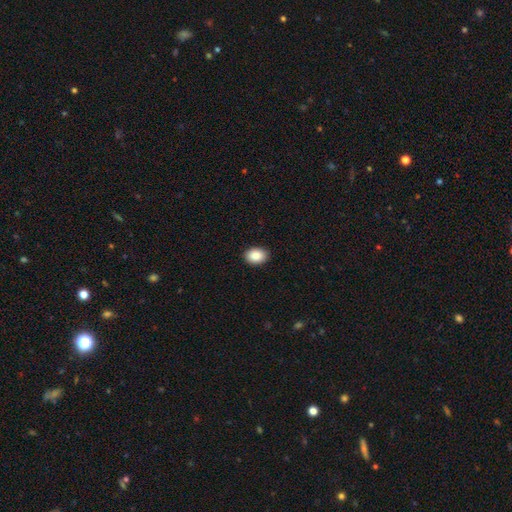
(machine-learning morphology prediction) A smooth galaxy with no disk features (88%) that is in between round and cigar-shaped (75%).

Vote fractions:
- Smooth or featured? smooth: 88% / star or artifact: 8% / featured or disk: 4%
- How rounded? in between: 75% / round: 24% / cigar-shaped: 1%
- Merging? none: 90% / minor disturbance: 7% / major disturbance: 2% / merger: 1%